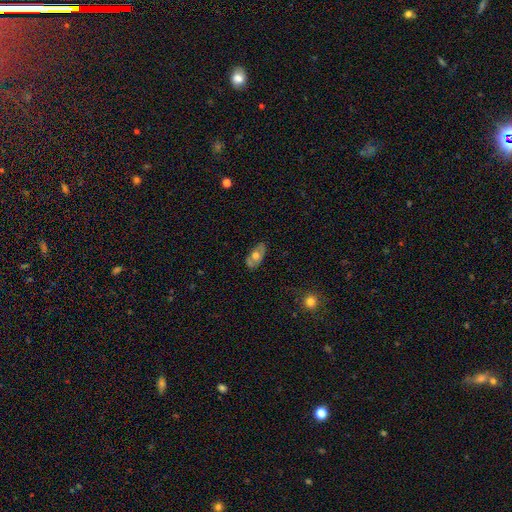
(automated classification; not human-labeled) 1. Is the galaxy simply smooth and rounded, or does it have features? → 52% smooth, 42% featured or disk, 7% star or artifact.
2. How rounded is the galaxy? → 90% in between, 6% round, 4% cigar-shaped.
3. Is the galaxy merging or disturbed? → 77% none, 18% minor disturbance, 4% major disturbance, 2% merger.